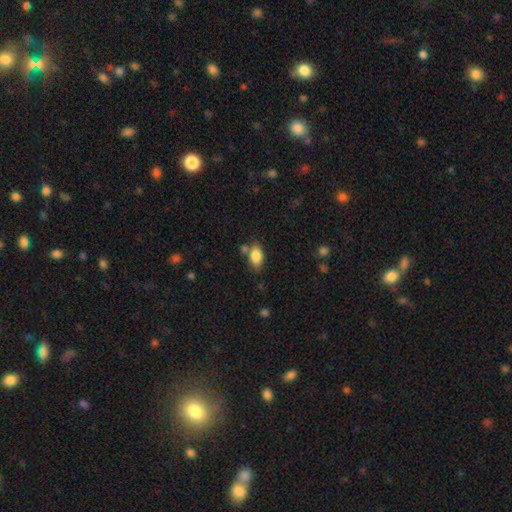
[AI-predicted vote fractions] smooth_or_featured: smooth (p=0.85) [alt: star or artifact p=0.08]
how_rounded: in between (p=0.89) [alt: round p=0.08]
merging: none (p=0.68) [alt: minor disturbance p=0.15]